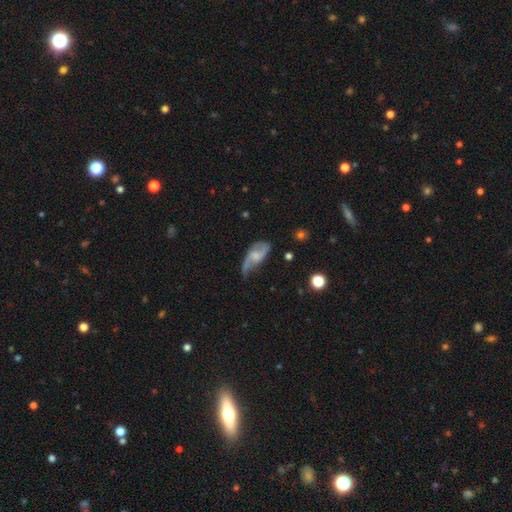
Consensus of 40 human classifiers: This appears to be a featured or disk galaxy (80%) with a weak bar (52%), 2 (93%) loose (73%) spiral arms (97%) and no central bulge (42%). Merging: none (57%).